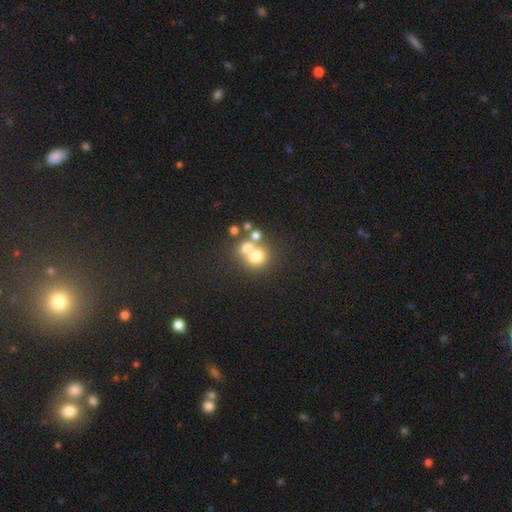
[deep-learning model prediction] Overall: smooth (66%). How rounded: round (82%). Merging: merger (48%; none 40%).